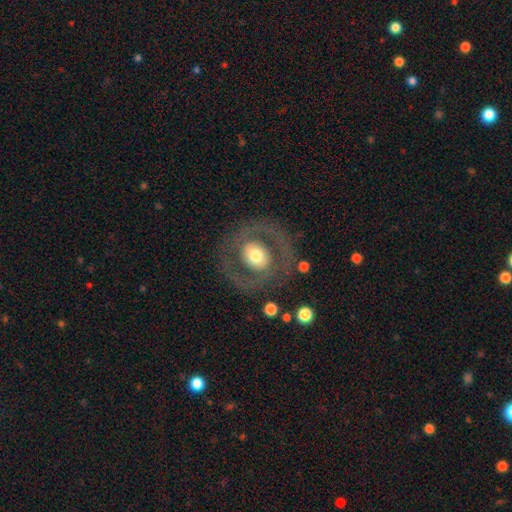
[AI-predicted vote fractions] smooth-or-featured: featured or disk: 58% | smooth: 36% | star or artifact: 6%
  disk-edge-on: no: 96% | yes: 4%
    bar: no: 74% | weak: 17% | strong: 9%
    has-spiral-arms: no: 70% | yes: 30%
    bulge-size: moderate: 59% | large: 29% | small: 7% | dominant: 3% | none: 1%
  merging: none: 79% | major disturbance: 10% | minor disturbance: 10% | merger: 2%